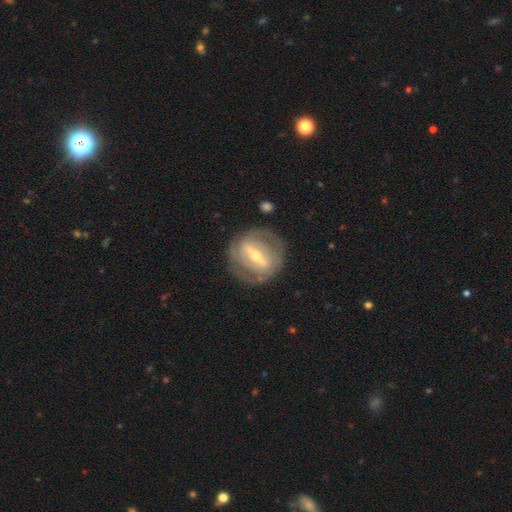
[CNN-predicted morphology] Overall: featured or disk (80%). Edge-on disk: no (90%). Bar: strong (71%). Spiral arms: yes (71%). Spiral arm count: 2 (52%; can't tell 31%). Spiral winding: tight (58%; medium 30%). Bulge size: moderate (49%; small 45%). Merging: none (76%).